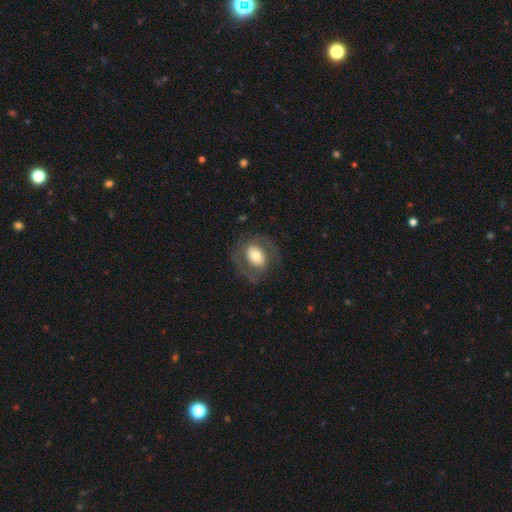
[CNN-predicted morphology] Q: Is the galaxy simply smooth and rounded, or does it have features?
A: featured or disk — 52%.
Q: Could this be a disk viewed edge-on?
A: no — 95%.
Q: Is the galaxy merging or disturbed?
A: none — 71%.